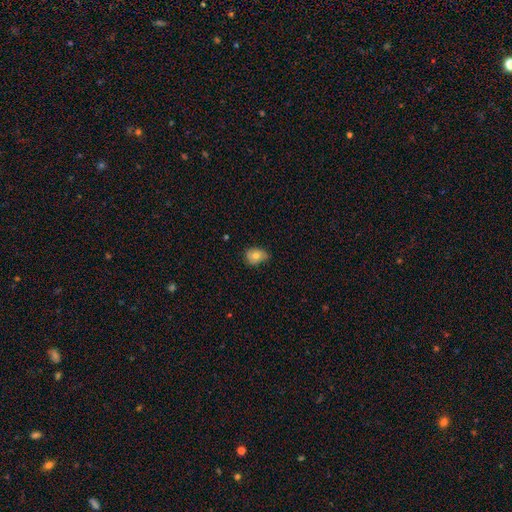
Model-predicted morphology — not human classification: type=smooth (70%); roundness=in between (61%); merging=none (61%).